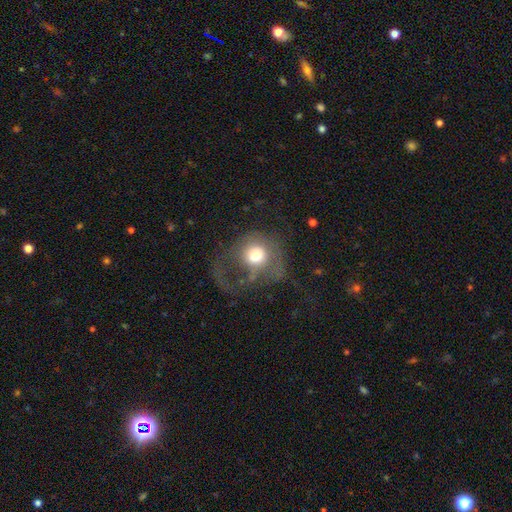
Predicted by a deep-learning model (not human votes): A smooth galaxy with no disk features (59%) that is round (71%). Merging: major disturbance (57%).